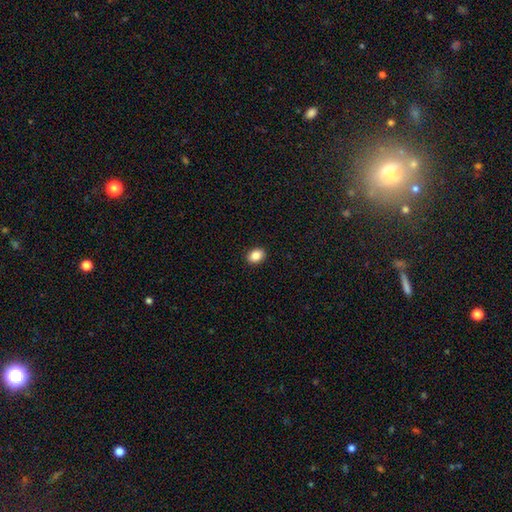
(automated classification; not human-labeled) The model was most divided on "how rounded": in between: 58%, round: 41%, cigar-shaped: 1%. More confident: merging — none (91%); smooth or featured — smooth (86%).